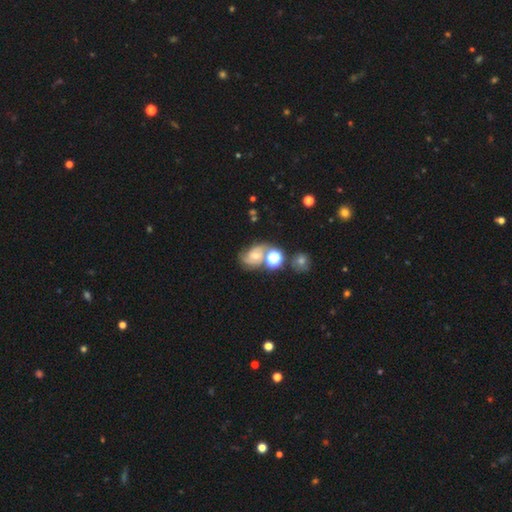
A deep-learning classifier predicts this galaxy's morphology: Q: Smooth or featured?
A: featured or disk (50%); runner-up: smooth (25%)
Q: Edge-on disk?
A: no (96%); runner-up: yes (4%)
Q: Merging?
A: none (59%); runner-up: merger (17%)